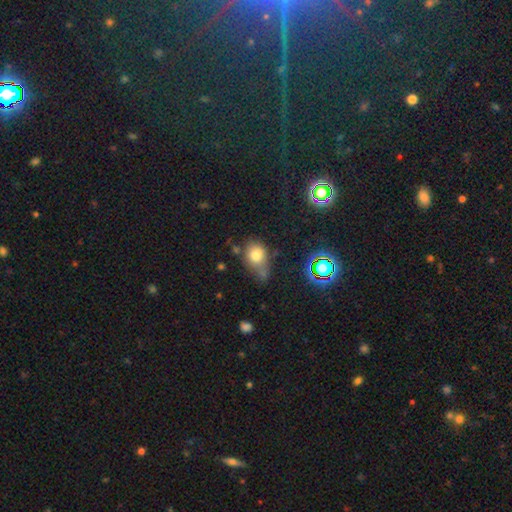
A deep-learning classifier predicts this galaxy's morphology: Smooth or featured? Predicted: smooth (p=0.71). How rounded? Predicted: in between (p=0.57). Merging? Predicted: none (p=0.38).